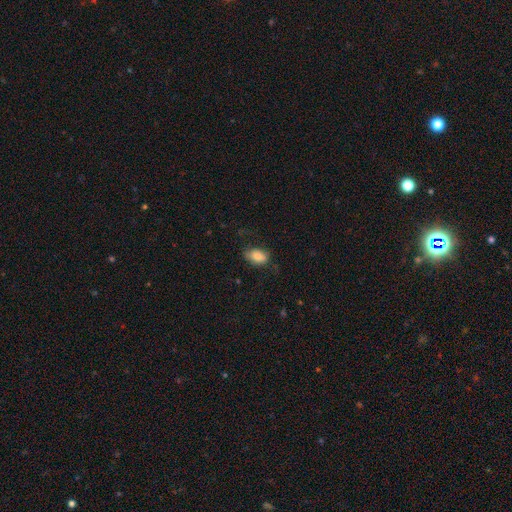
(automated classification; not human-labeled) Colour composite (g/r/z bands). It shows a smooth galaxy with no disk features (83%) that is in between round and cigar-shaped (89%). Merging: none (68%).